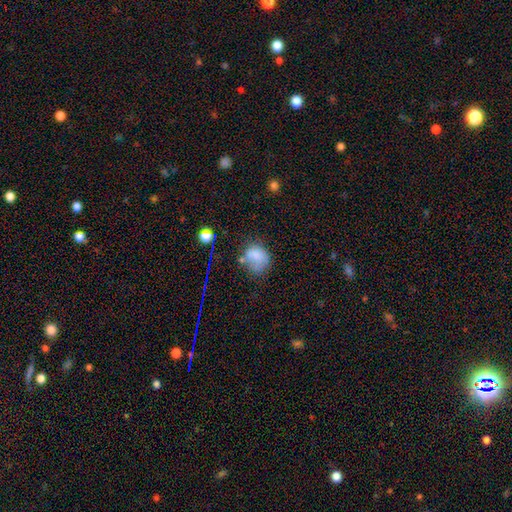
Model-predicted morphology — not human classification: Smooth or featured: smooth — 70% (featured or disk — 17%)
How rounded: round — 56% (in between — 43%)
Merging: none — 42% (minor disturbance — 29%)